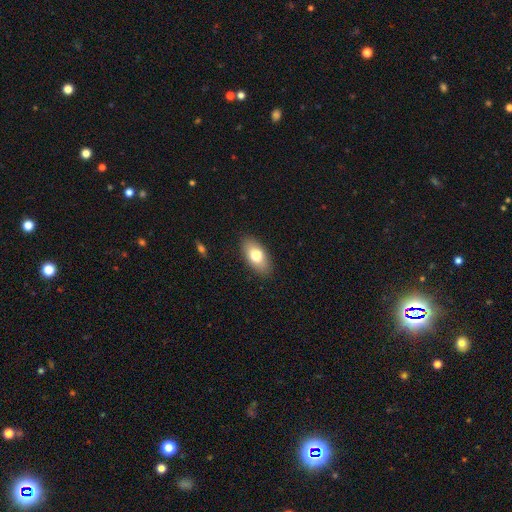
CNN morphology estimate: This is likely a smooth galaxy (76%). How rounded: clearly in between (91%). Merging: clearly none (87%).